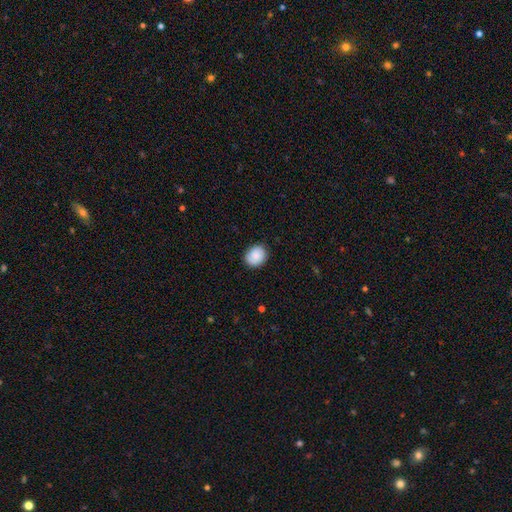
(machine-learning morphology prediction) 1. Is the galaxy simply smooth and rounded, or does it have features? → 84% smooth, 8% featured or disk, 7% star or artifact.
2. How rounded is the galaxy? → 60% round, 39% in between, 1% cigar-shaped.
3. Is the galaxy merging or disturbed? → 84% none, 13% minor disturbance, 2% major disturbance, 1% merger.